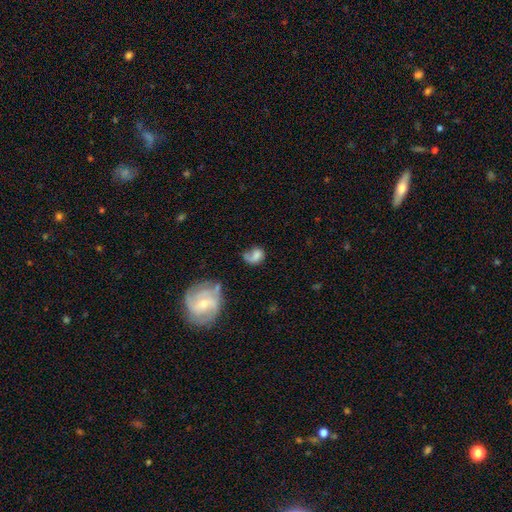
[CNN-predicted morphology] Overall: smooth (56%; featured or disk 33%). How rounded: in between (54%; round 44%). Merging: none (32%; major disturbance 31%).